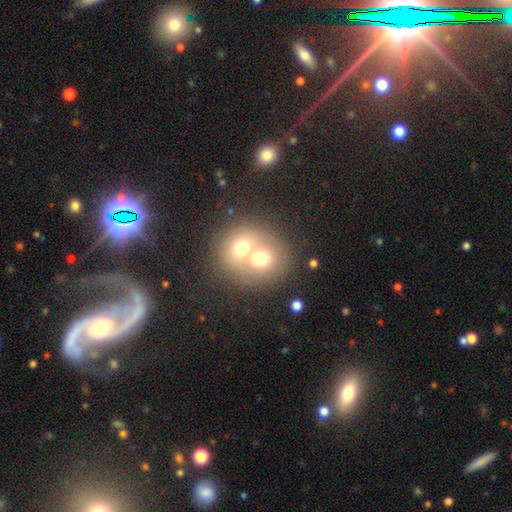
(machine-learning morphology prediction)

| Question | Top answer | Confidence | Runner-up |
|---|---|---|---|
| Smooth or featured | smooth | 62% | featured or disk (25%) |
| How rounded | round | 73% | in between (26%) |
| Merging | merger | 71% | none (21%) |